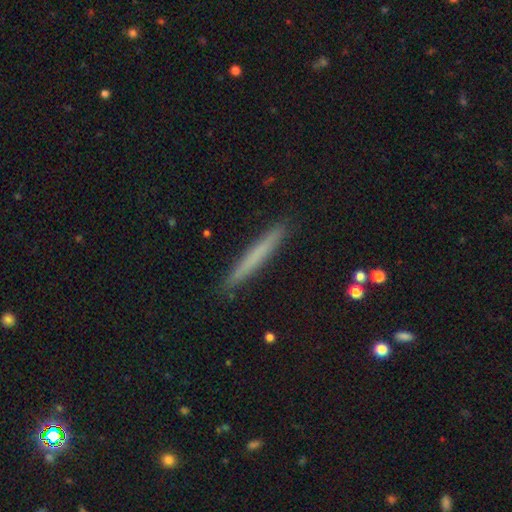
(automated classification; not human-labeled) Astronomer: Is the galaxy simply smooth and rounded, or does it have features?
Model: smooth — 64%.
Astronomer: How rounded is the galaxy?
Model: cigar-shaped — 97%.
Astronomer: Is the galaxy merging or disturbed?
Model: none — 91%.